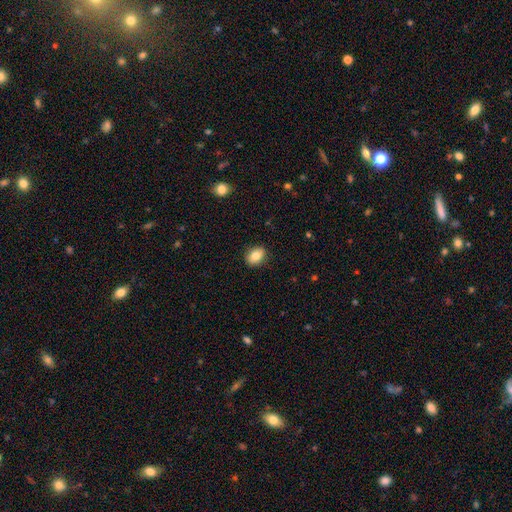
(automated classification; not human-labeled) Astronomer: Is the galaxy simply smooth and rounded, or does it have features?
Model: smooth — 82%.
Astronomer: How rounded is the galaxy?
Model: in between — 66%.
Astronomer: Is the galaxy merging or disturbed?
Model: none — 89%.